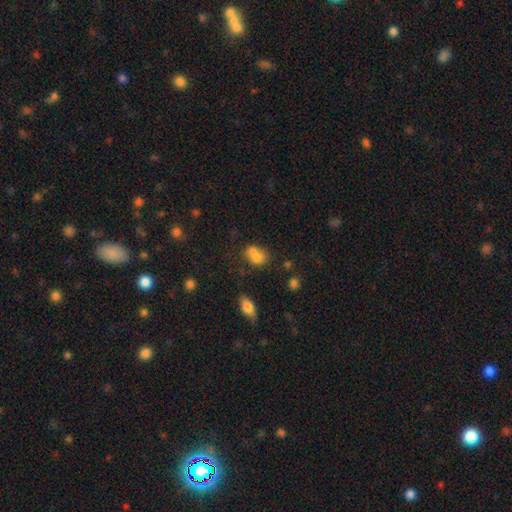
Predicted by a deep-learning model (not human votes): Overall: smooth (73%). How rounded: in between (55%; round 43%). Merging: merger (56%; none 29%).